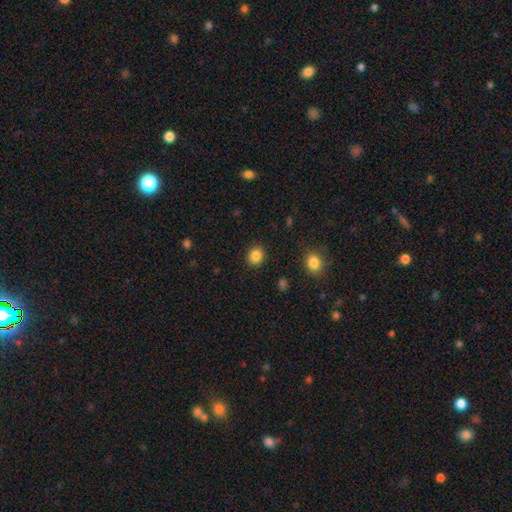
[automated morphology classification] Q: Smooth or featured?
A: smooth (85%); runner-up: star or artifact (10%)
Q: How rounded?
A: round (74%); runner-up: in between (25%)
Q: Merging?
A: none (90%); runner-up: minor disturbance (7%)